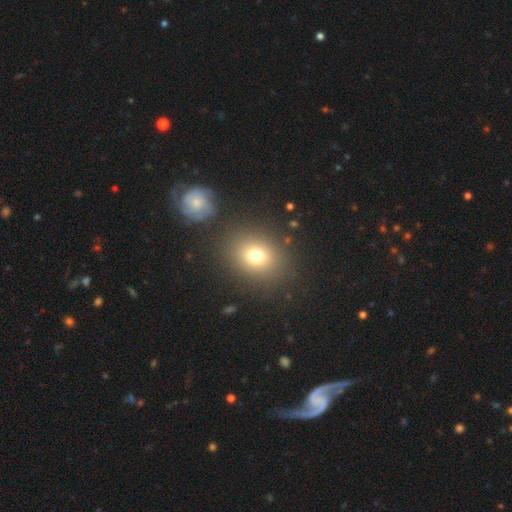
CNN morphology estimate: The model was most divided on "how rounded": round: 60%, in between: 39%, cigar-shaped: 1%. More confident: merging — none (82%); smooth or featured — smooth (74%).